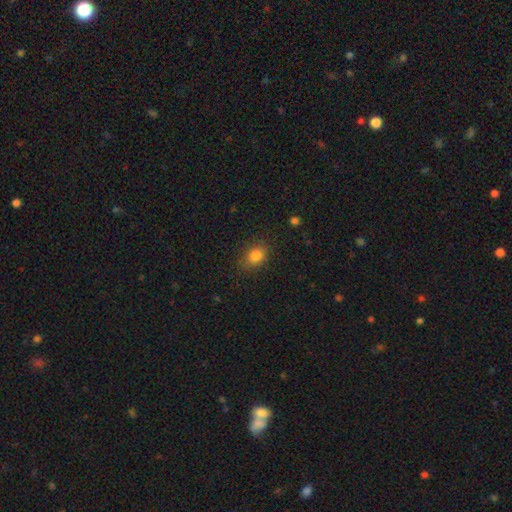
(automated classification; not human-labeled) The model was most divided on "how rounded": in between: 60%, round: 39%, cigar-shaped: 1%. More confident: merging — none (84%); smooth or featured — smooth (82%).